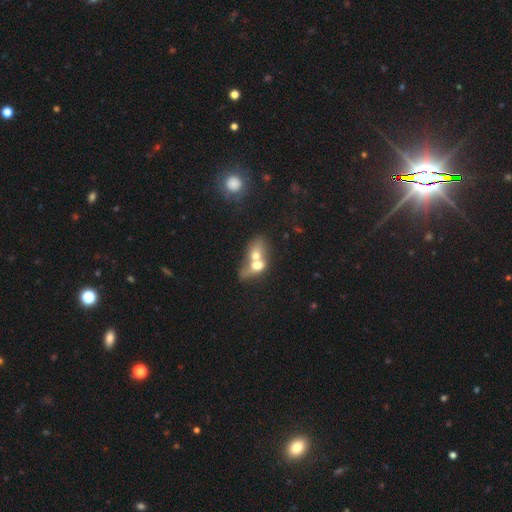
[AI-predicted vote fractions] smooth 60%, featured or disk 31%, star or artifact 10%. Down the decision tree: how rounded — in between (65%); merging — merger (78%).